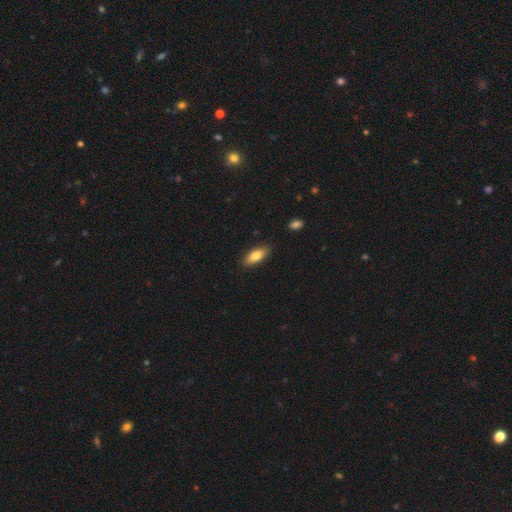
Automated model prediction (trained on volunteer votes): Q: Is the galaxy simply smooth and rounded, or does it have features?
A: smooth — 79%.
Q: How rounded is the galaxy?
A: in between — 73%.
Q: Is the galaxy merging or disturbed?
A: none — 87%.